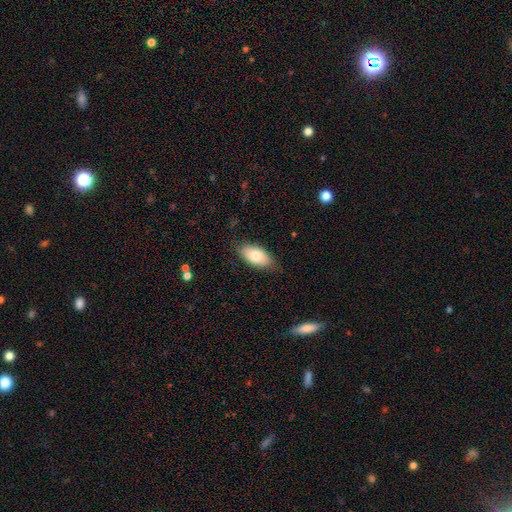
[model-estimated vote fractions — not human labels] Smooth or featured?
  - smooth: 79% *
  - featured or disk: 15%
  - star or artifact: 6%
How rounded?
  - in between: 93% *
  - cigar-shaped: 4%
  - round: 3%
Merging?
  - none: 80% *
  - minor disturbance: 16%
  - major disturbance: 3%
  - merger: 1%